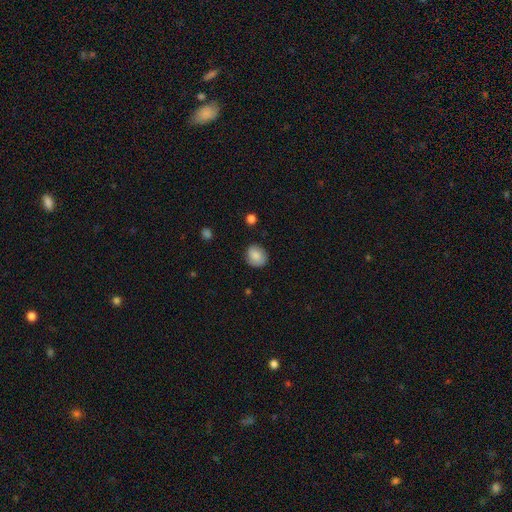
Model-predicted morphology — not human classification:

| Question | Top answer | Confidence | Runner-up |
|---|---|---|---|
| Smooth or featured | smooth | 83% | featured or disk (9%) |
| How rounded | round | 66% | in between (33%) |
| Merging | none | 81% | minor disturbance (14%) |